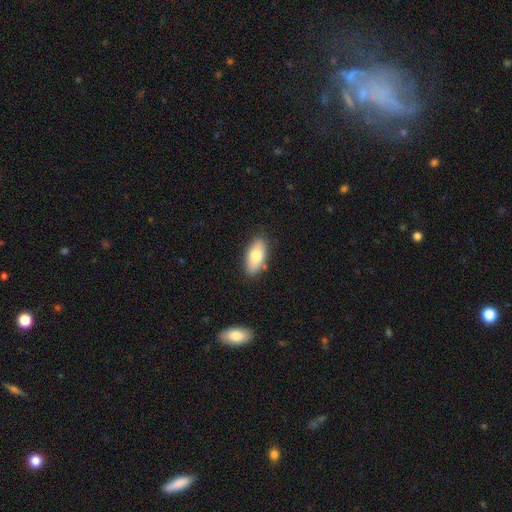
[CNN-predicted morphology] A smooth galaxy with no disk features (76%) that is in between round and cigar-shaped (90%). Merging: none (83%).